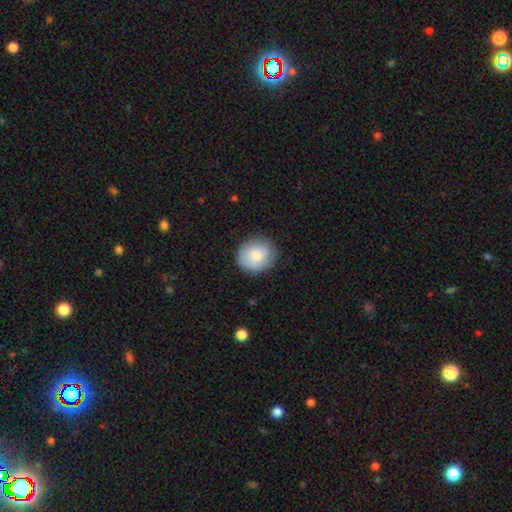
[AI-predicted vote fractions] smooth-or-featured: smooth: 77% | featured or disk: 17% | star or artifact: 7%
  how-rounded: round: 78% | in between: 21% | cigar-shaped: 1%
  merging: none: 81% | minor disturbance: 15% | major disturbance: 3% | merger: 1%